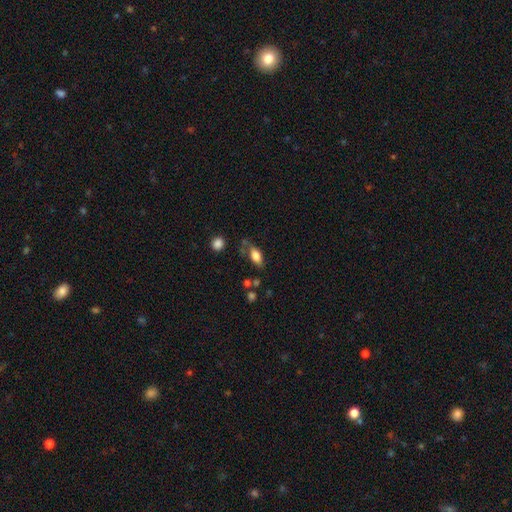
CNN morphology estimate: Smooth or featured? Predicted: smooth (p=0.74). How rounded? Predicted: in between (p=0.85). Merging? Predicted: none (p=0.57).